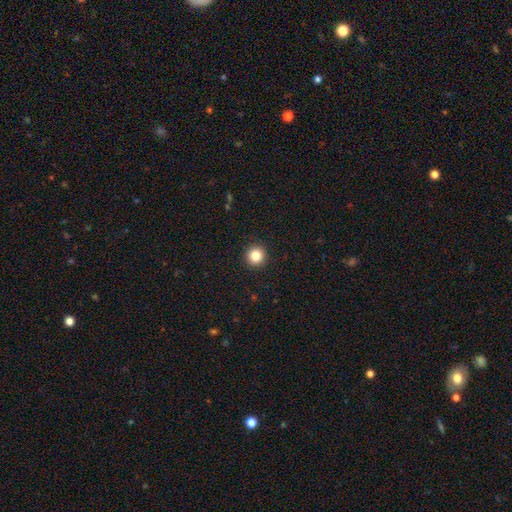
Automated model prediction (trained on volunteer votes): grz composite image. It shows a smooth galaxy with no disk features (84%) that is round (95%). Merging: none (93%).